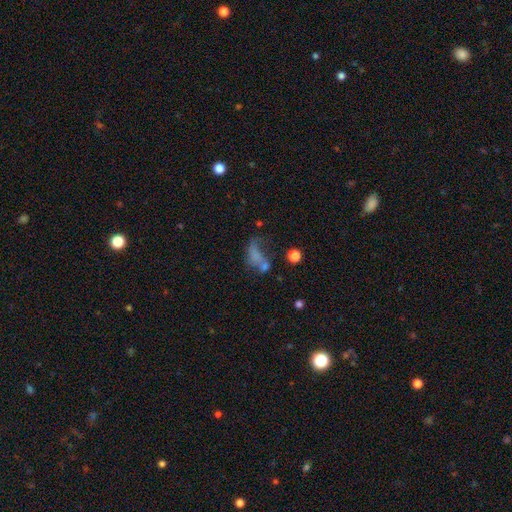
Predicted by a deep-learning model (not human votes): The model was most divided on "merging": major disturbance: 35%, merger: 27%, none: 23%, minor disturbance: 15%. More confident: how rounded — in between (78%); smooth or featured — smooth (56%).